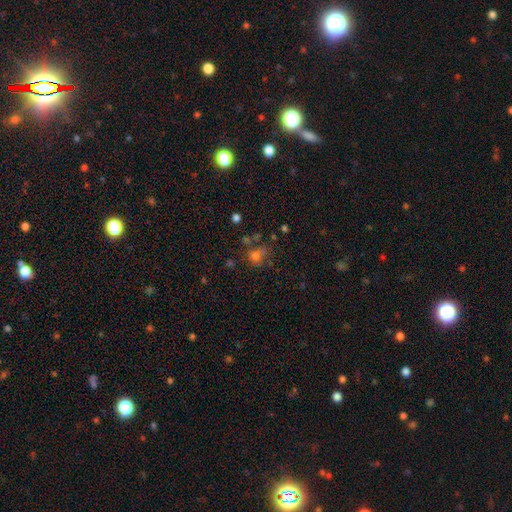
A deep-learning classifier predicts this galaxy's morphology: This appears to be a smooth galaxy with no disk features (68%) that is round (72%). Merging: none (49%).